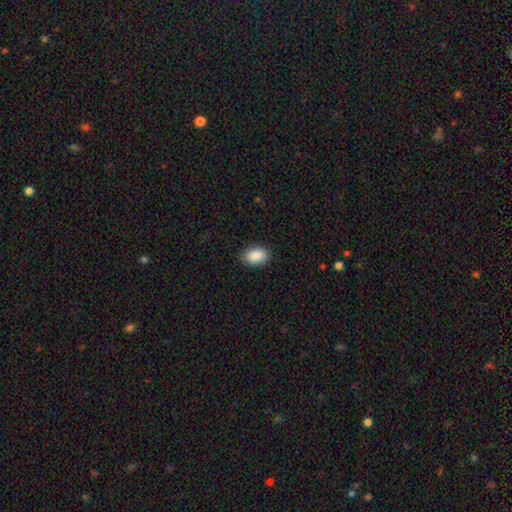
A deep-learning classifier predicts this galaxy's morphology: A smooth galaxy with no disk features (89%) that is in between round and cigar-shaped (90%). Merging: none (89%).